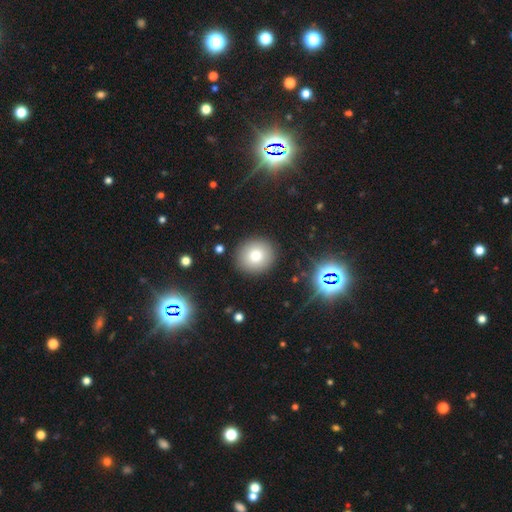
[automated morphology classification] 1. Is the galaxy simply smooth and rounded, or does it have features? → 76% smooth, 13% star or artifact, 11% featured or disk.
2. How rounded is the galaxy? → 88% round, 11% in between, 1% cigar-shaped.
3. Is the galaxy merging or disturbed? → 89% none, 7% minor disturbance, 2% major disturbance, 2% merger.